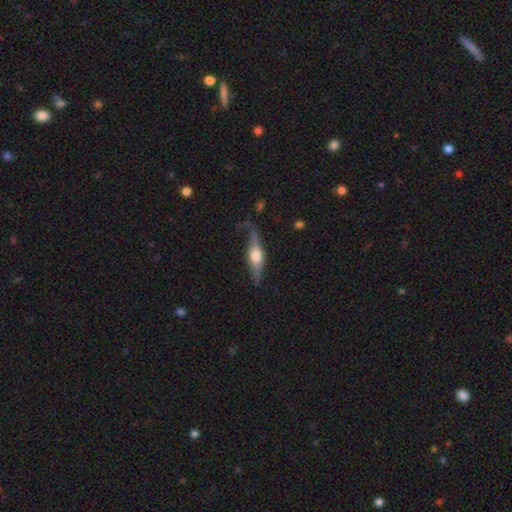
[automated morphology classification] Q: Smooth or featured?
A: featured or disk (64%); runner-up: smooth (31%)
Q: Edge-on disk?
A: yes (90%); runner-up: no (10%)
Q: Edge-on bulge?
A: rounded (89%); runner-up: boxy (8%)
Q: Merging?
A: none (66%); runner-up: minor disturbance (22%)